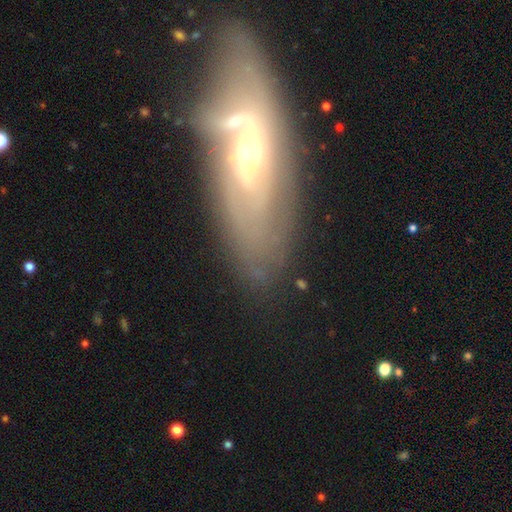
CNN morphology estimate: type=featured or disk (71%); edge-on=no (80%); bar=no (66%); spiral arms=yes (61%); bulge=moderate (60%); merging=none (55%).